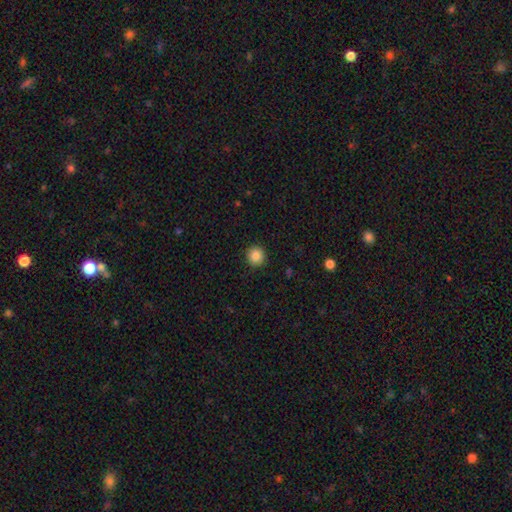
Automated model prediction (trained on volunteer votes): A smooth galaxy with no disk features (87%) that is round (94%).

Vote fractions:
- Smooth or featured? smooth: 87% / star or artifact: 10% / featured or disk: 3%
- How rounded? round: 94% / in between: 5% / cigar-shaped: 1%
- Merging? none: 92% / minor disturbance: 5% / major disturbance: 2% / merger: 1%